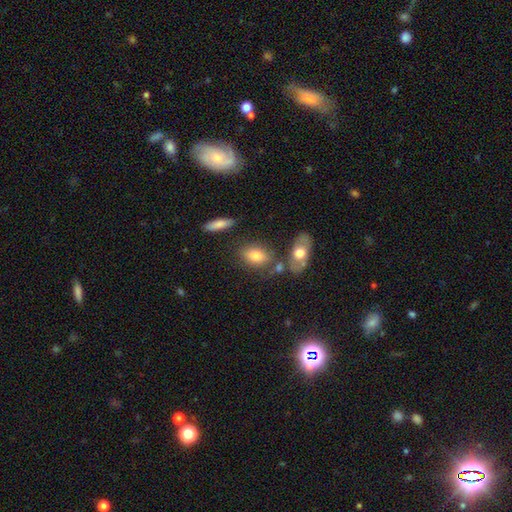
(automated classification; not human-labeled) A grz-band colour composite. It shows a smooth galaxy with no disk features (77%) that is in between round and cigar-shaped (81%). Merging: none (66%).